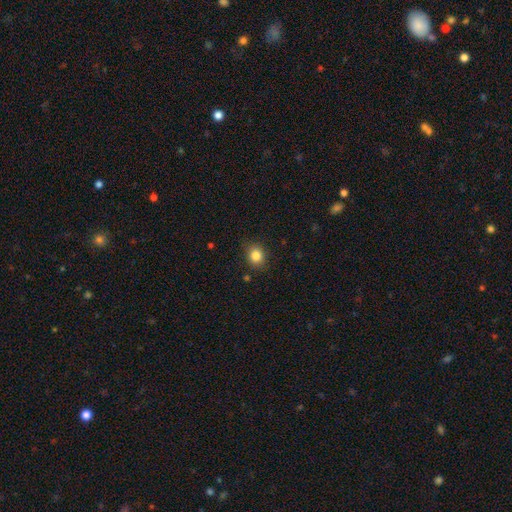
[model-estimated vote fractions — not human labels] Smooth or featured? Predicted: smooth (p=0.83). How rounded? Predicted: round (p=0.65). Merging? Predicted: none (p=0.86).